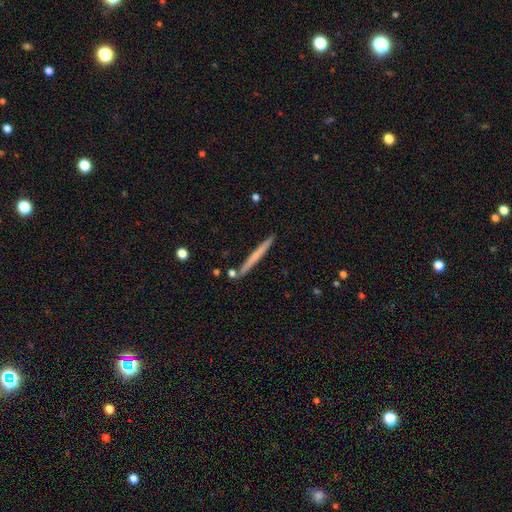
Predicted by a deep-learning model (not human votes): A smooth galaxy with no disk features (53%) that is cigar-shaped (97%). Merging: none (89%).